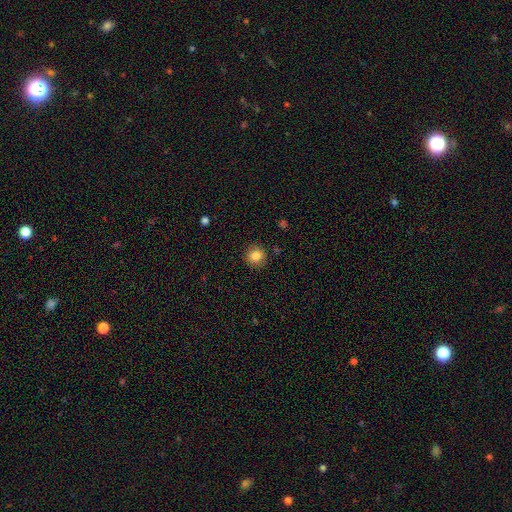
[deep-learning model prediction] smooth-or-featured: smooth: 84% | star or artifact: 10% | featured or disk: 6%
  how-rounded: round: 89% | in between: 10% | cigar-shaped: 1%
  merging: none: 89% | minor disturbance: 7% | major disturbance: 2% | merger: 1%